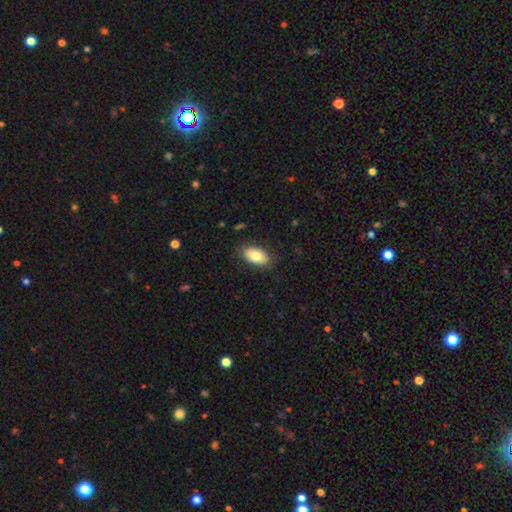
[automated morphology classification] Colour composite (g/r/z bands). It shows a smooth galaxy with no disk features (78%) that is in between round and cigar-shaped (93%). Merging: none (85%).